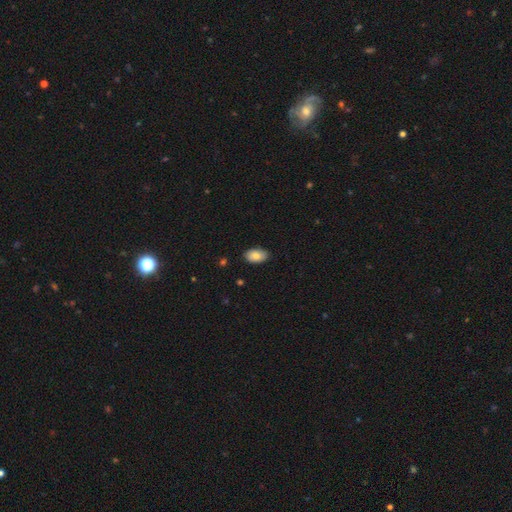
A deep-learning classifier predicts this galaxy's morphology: smooth-or-featured: smooth: 82% | featured or disk: 11% | star or artifact: 7%
  how-rounded: in between: 93% | round: 6% | cigar-shaped: 1%
  merging: none: 86% | minor disturbance: 11% | major disturbance: 2% | merger: 1%